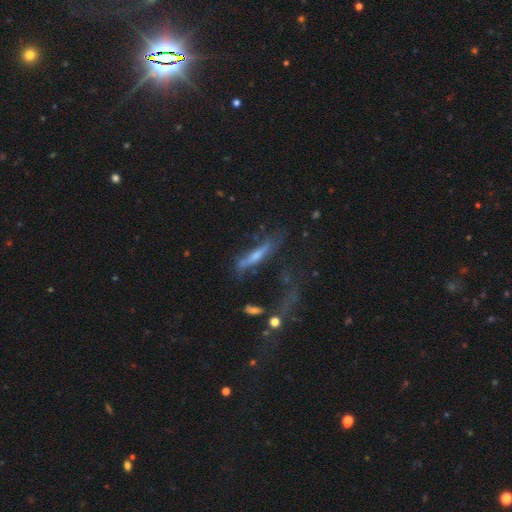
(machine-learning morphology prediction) Smooth or featured?
  - featured or disk: 58% *
  - smooth: 30%
  - star or artifact: 13%
Edge-on disk?
  - yes: 77% *
  - no: 23%
Merging?
  - none: 45% *
  - major disturbance: 25%
  - minor disturbance: 21%
  - merger: 9%